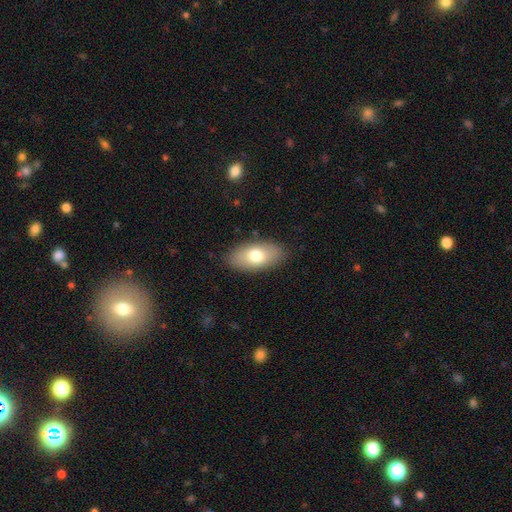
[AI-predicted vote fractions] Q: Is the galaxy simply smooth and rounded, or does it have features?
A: smooth — 74%.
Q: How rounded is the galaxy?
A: in between — 92%.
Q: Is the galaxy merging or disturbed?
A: none — 86%.